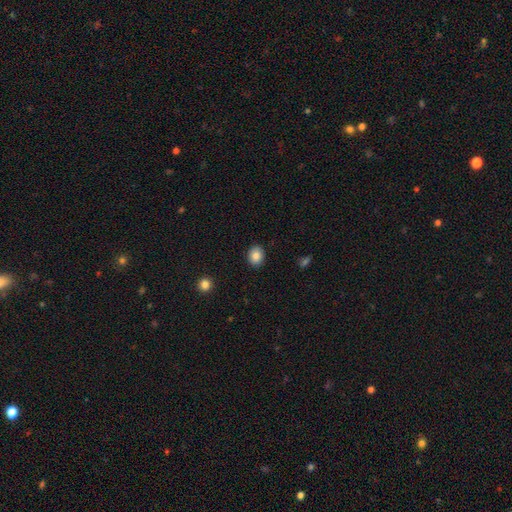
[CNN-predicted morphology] Smooth or featured?
  - smooth: 86% *
  - star or artifact: 9%
  - featured or disk: 6%
How rounded?
  - round: 53% *
  - in between: 46%
  - cigar-shaped: 1%
Merging?
  - none: 90% *
  - minor disturbance: 7%
  - major disturbance: 2%
  - merger: 1%